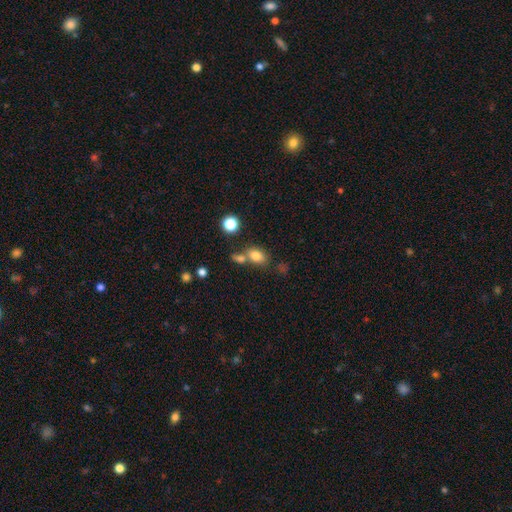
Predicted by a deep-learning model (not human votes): This is clearly a smooth galaxy (81%). How rounded: likely in between (72%). Merging: possibly none (52%).